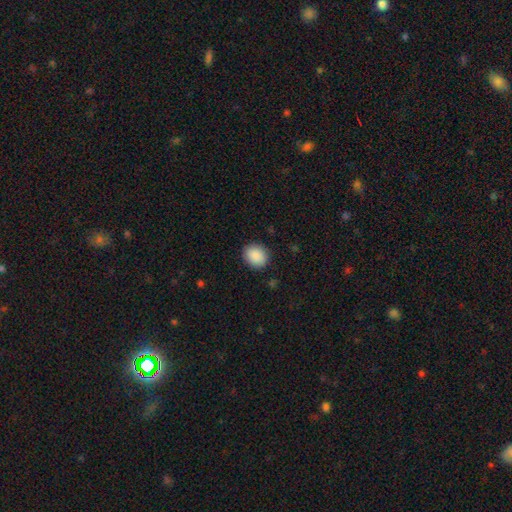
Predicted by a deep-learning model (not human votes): Smooth or featured? smooth (89%)
How rounded? round (63%)
Merging? none (88%)